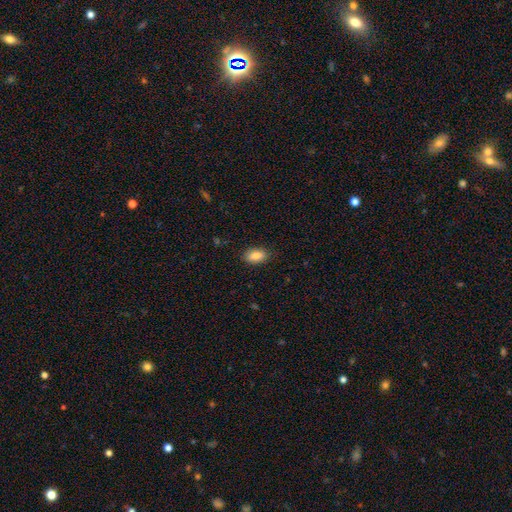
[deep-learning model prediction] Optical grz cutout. It shows a smooth galaxy with no disk features (87%) that is in between round and cigar-shaped (91%). Merging: none (86%).